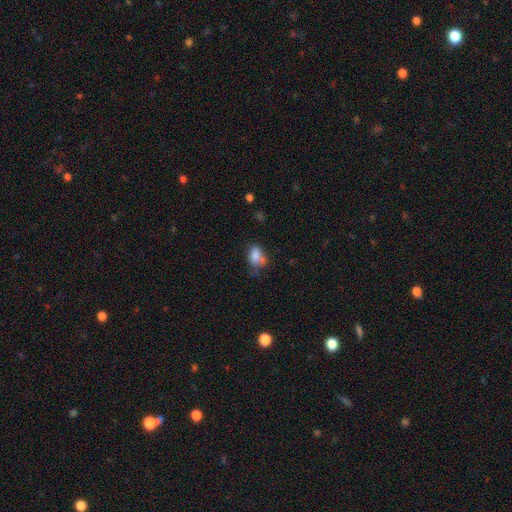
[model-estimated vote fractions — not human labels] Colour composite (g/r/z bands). It shows a smooth galaxy with no disk features (78%) that is in between round and cigar-shaped (82%). Merging: none (40%).